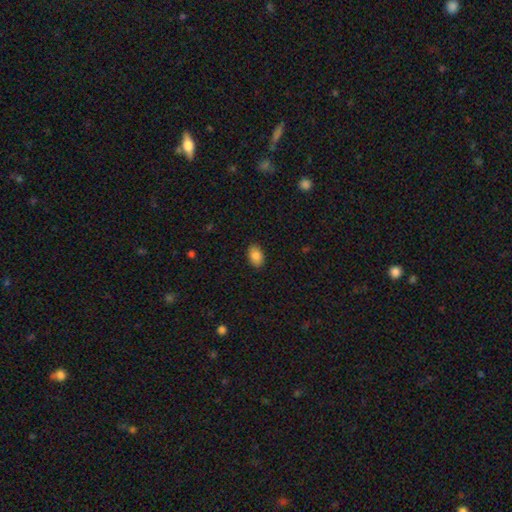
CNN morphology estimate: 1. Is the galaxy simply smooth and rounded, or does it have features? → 87% smooth, 7% star or artifact, 6% featured or disk.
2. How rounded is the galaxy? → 89% in between, 10% round, 1% cigar-shaped.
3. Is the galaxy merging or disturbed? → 89% none, 8% minor disturbance, 2% major disturbance, 1% merger.